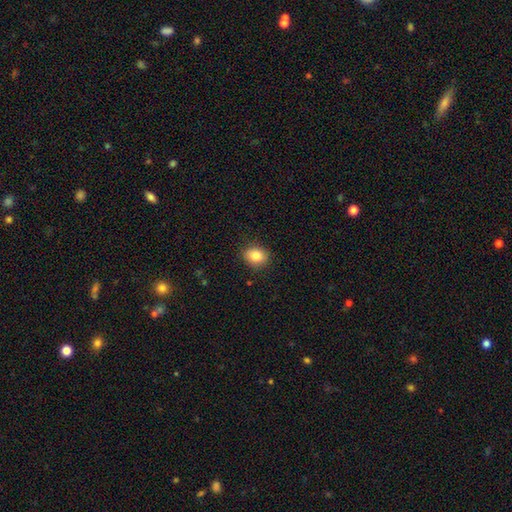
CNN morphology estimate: smooth-or-featured: smooth: 85% | star or artifact: 9% | featured or disk: 6%
  how-rounded: round: 53% | in between: 46% | cigar-shaped: 1%
  merging: none: 87% | minor disturbance: 10% | major disturbance: 2% | merger: 1%